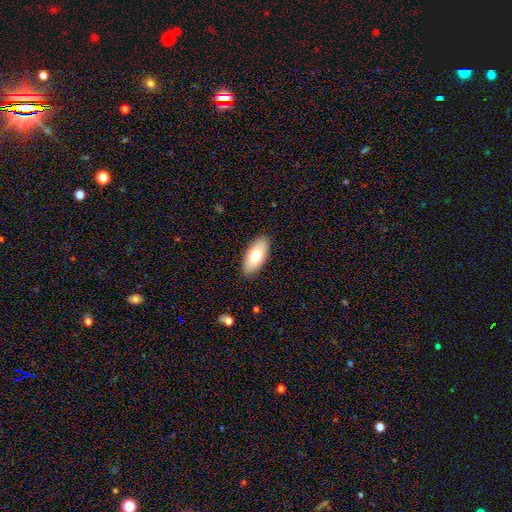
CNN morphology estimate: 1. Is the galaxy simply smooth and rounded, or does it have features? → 73% smooth, 21% featured or disk, 6% star or artifact.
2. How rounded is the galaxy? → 88% in between, 10% cigar-shaped, 2% round.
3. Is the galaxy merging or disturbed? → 88% none, 9% minor disturbance, 2% major disturbance, 1% merger.